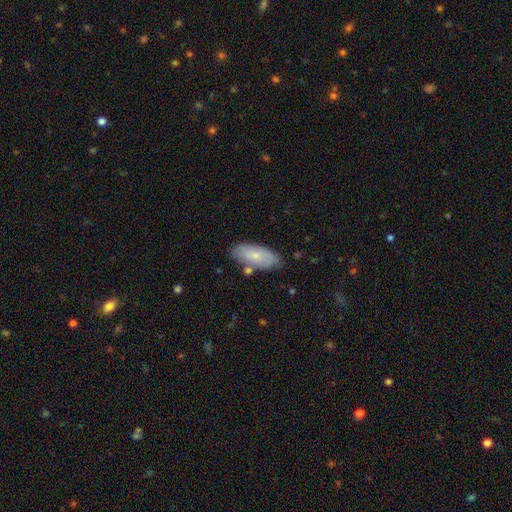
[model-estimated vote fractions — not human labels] Smooth or featured: smooth — 72% (featured or disk — 22%)
How rounded: in between — 85% (cigar-shaped — 13%)
Merging: none — 77% (minor disturbance — 15%)